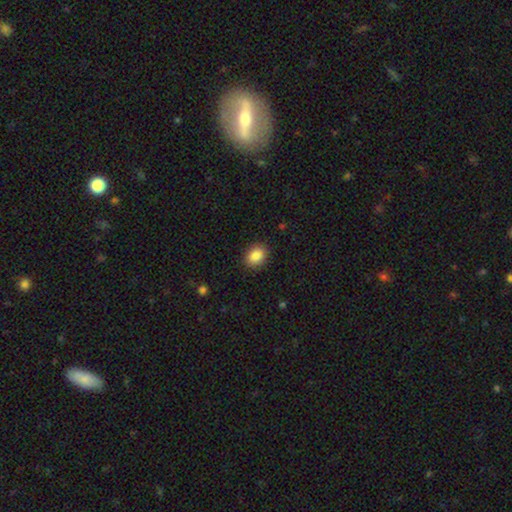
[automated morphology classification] Smooth or featured: smooth — 87% (star or artifact — 8%)
How rounded: in between — 62% (round — 37%)
Merging: none — 89% (minor disturbance — 8%)